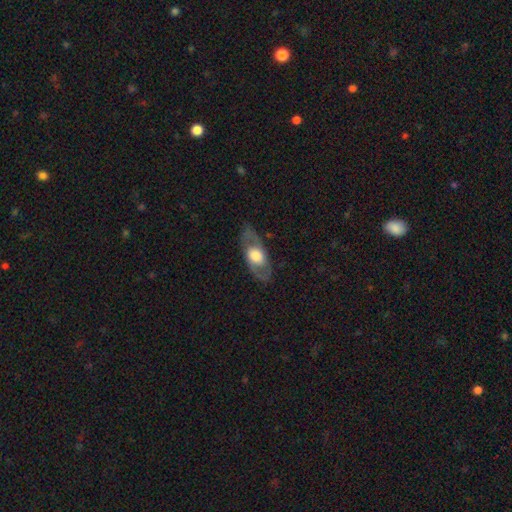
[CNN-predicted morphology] A featured or disk galaxy (62%).

Vote fractions:
- Smooth or featured? featured or disk: 62% / smooth: 33% / star or artifact: 5%
- Edge-on disk? no: 77% / yes: 23%
- Merging? none: 78% / minor disturbance: 14% / major disturbance: 7% / merger: 1%